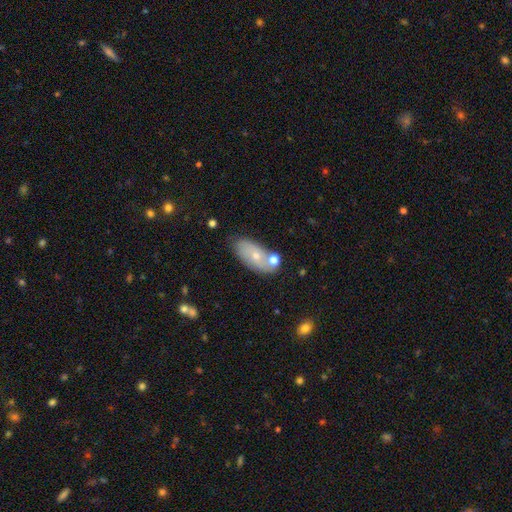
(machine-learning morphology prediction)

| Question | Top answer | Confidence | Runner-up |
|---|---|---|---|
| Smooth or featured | smooth | 62% | featured or disk (30%) |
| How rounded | in between | 89% | cigar-shaped (6%) |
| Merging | none | 59% | minor disturbance (19%) |